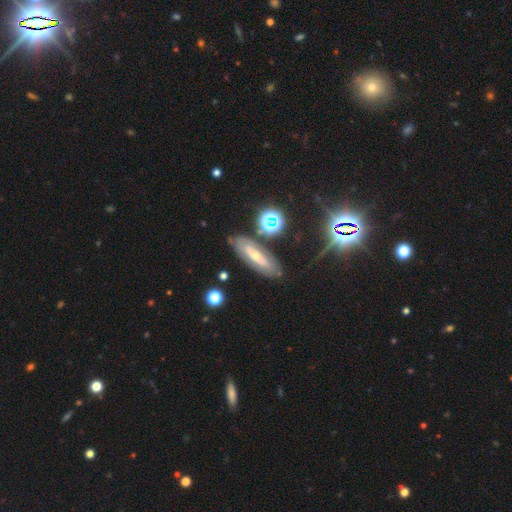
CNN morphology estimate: Overall: featured or disk (56%; smooth 23%). Edge-on disk: no (65%; yes 35%). Merging: none (77%).